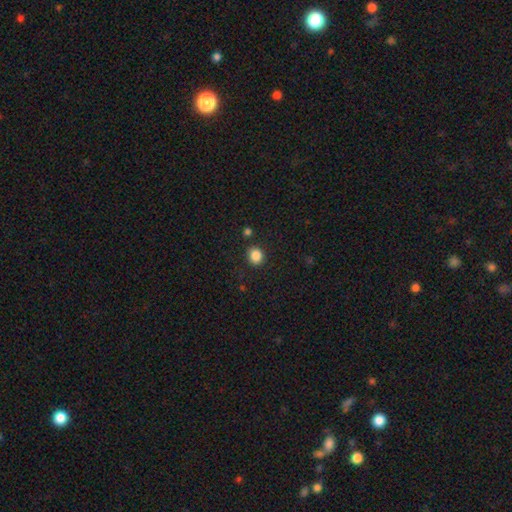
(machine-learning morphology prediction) A smooth galaxy with no disk features (86%) that is round (74%). Merging: none (85%).